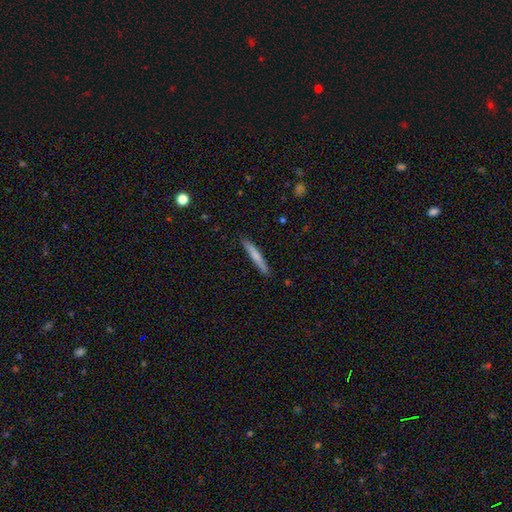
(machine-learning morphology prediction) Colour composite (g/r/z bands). It shows a smooth galaxy with no disk features (72%) that is cigar-shaped (95%). Merging: none (89%).